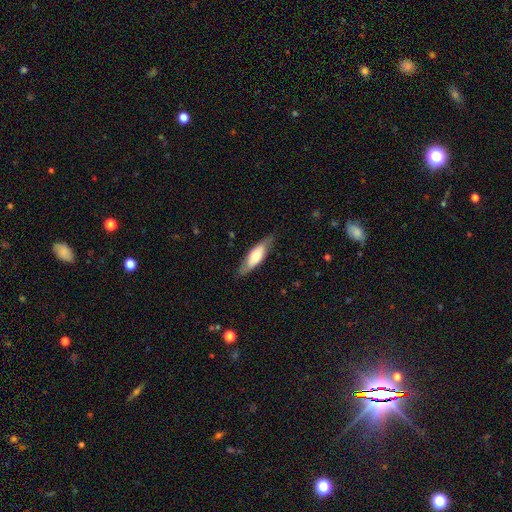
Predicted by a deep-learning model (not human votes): The model was most divided on "how rounded": in between: 52%, cigar-shaped: 46%, round: 2%. More confident: merging — none (80%); smooth or featured — smooth (55%).